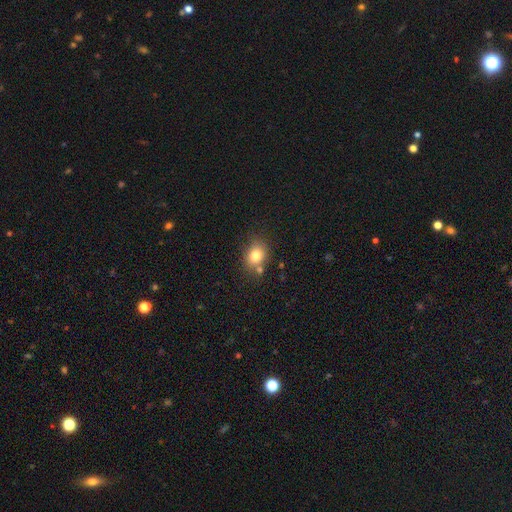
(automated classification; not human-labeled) Smooth or featured? smooth (79%)
How rounded? round (55%)
Merging? none (68%)